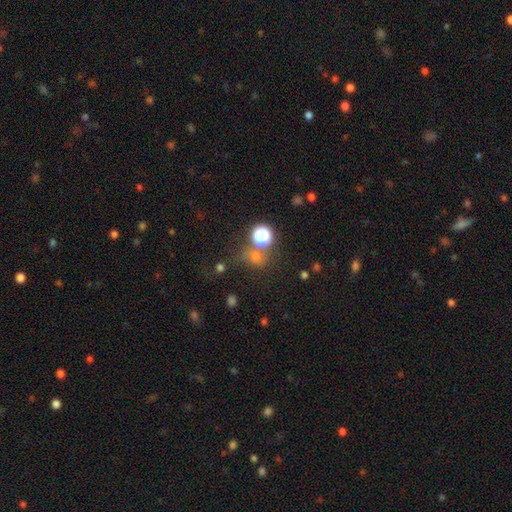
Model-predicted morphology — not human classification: A smooth galaxy with no disk features (55%) that is round (77%).

Vote fractions:
- Smooth or featured? smooth: 55% / star or artifact: 36% / featured or disk: 8%
- How rounded? round: 77% / in between: 21% / cigar-shaped: 1%
- Merging? none: 66% / merger: 16% / minor disturbance: 11% / major disturbance: 7%